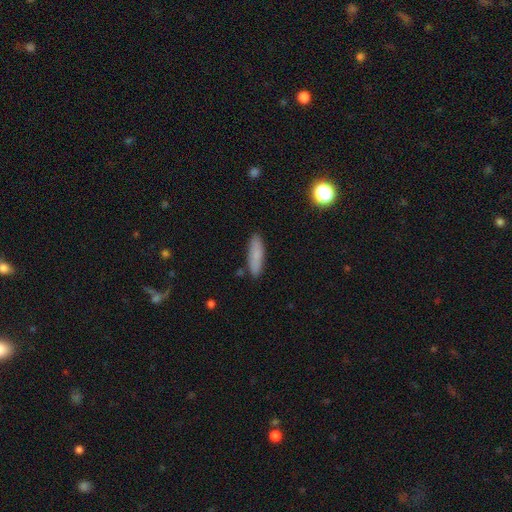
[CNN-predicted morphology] A smooth galaxy with no disk features (83%) that is cigar-shaped (68%).

Vote fractions:
- Smooth or featured? smooth: 83% / featured or disk: 10% / star or artifact: 8%
- How rounded? cigar-shaped: 68% / in between: 30% / round: 2%
- Merging? none: 87% / minor disturbance: 9% / merger: 2% / major disturbance: 2%